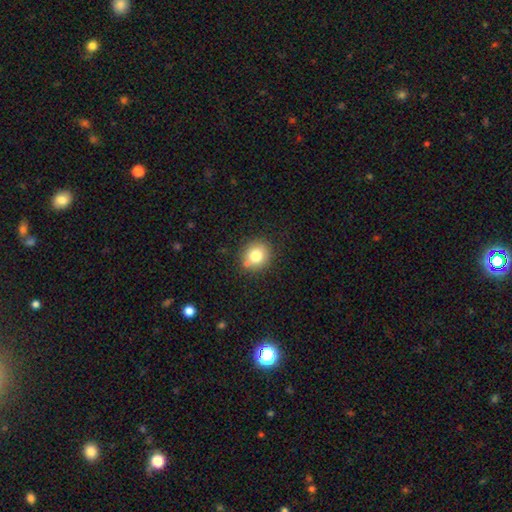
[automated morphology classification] Q: Smooth or featured?
A: smooth (79%); runner-up: star or artifact (11%)
Q: How rounded?
A: round (82%); runner-up: in between (17%)
Q: Merging?
A: none (80%); runner-up: minor disturbance (12%)